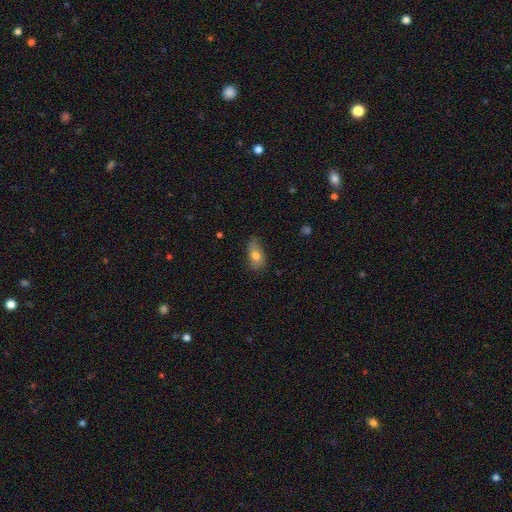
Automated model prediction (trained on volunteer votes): Smooth or featured?
  - smooth: 75% *
  - featured or disk: 17%
  - star or artifact: 8%
How rounded?
  - in between: 86% *
  - round: 8%
  - cigar-shaped: 6%
Merging?
  - none: 63% *
  - minor disturbance: 29%
  - major disturbance: 7%
  - merger: 2%